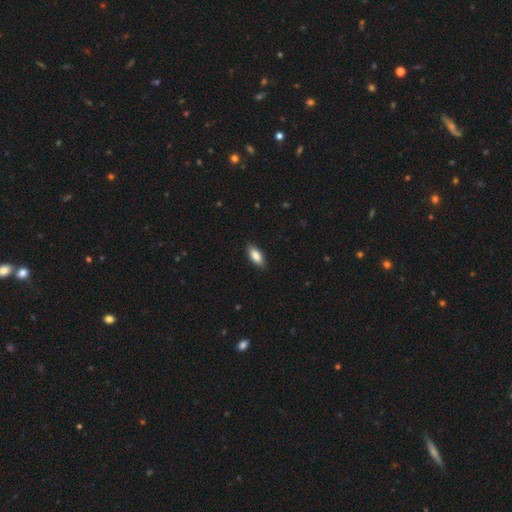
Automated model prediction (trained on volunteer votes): Smooth or featured? Predicted: smooth (p=0.86). How rounded? Predicted: in between (p=0.84). Merging? Predicted: none (p=0.89).